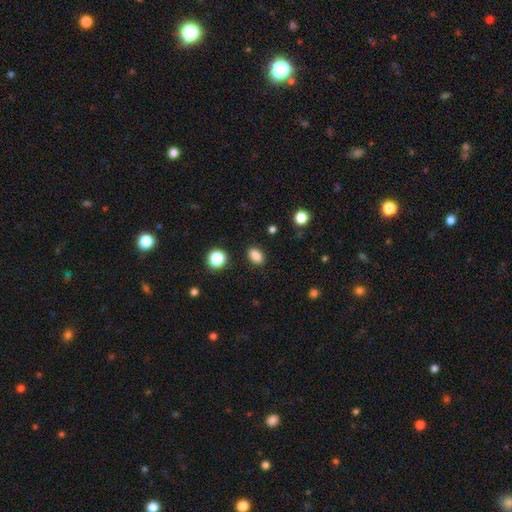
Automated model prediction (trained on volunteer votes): This is clearly a smooth galaxy (86%). How rounded: clearly in between (82%). Merging: clearly none (88%).